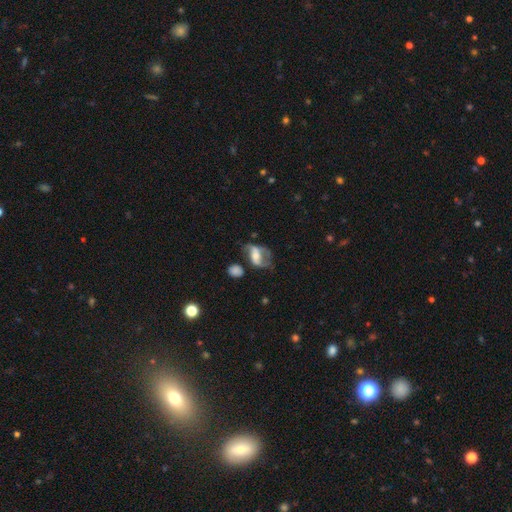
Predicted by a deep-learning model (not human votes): Smooth or featured?
  - featured or disk: 64% *
  - smooth: 28%
  - star or artifact: 8%
Edge-on disk?
  - no: 94% *
  - yes: 6%
Bar?
  - no: 34% * (tied)
  - weak: 34% * (tied)
  - strong: 32%
Spiral arms?
  - yes: 72% *
  - no: 28%
Bulge size?
  - moderate: 51% *
  - small: 34%
  - large: 8%
  - none: 5%
  - dominant: 2%
Merging?
  - none: 40% *
  - major disturbance: 29%
  - minor disturbance: 24%
  - merger: 7%